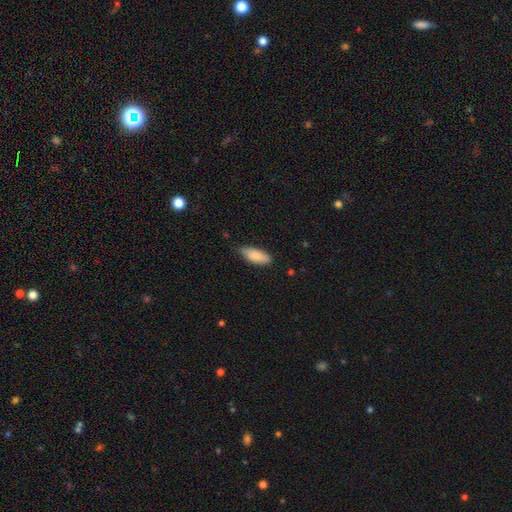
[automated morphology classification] Smooth or featured?
  - smooth: 86% *
  - featured or disk: 8%
  - star or artifact: 6%
How rounded?
  - in between: 78% *
  - cigar-shaped: 20%
  - round: 2%
Merging?
  - none: 65% *
  - minor disturbance: 29%
  - major disturbance: 4%
  - merger: 1%